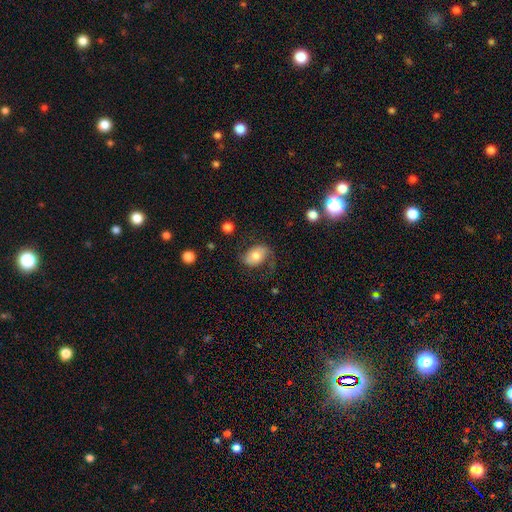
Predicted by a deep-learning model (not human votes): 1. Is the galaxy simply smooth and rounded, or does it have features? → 51% smooth, 41% featured or disk, 8% star or artifact.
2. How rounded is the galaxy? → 79% in between, 20% round, 1% cigar-shaped.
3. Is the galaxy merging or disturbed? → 54% none, 22% minor disturbance, 22% major disturbance, 2% merger.